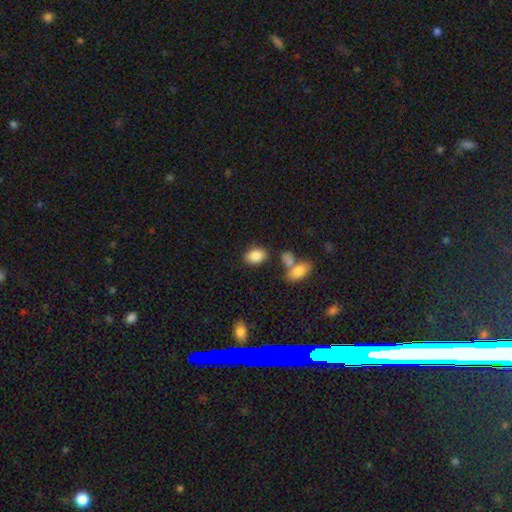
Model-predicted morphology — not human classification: Overall: smooth (86%). How rounded: in between (81%). Merging: none (75%).